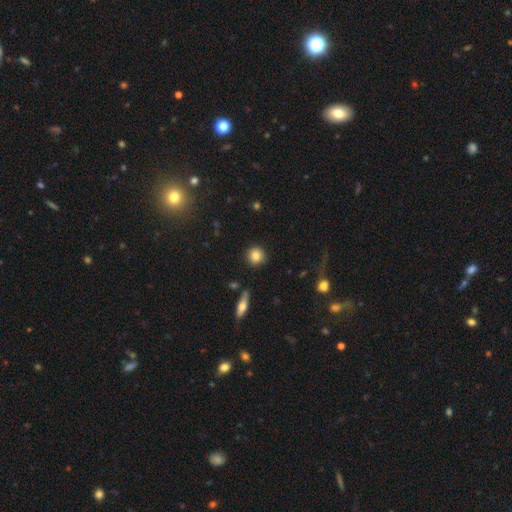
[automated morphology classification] Smooth or featured? Predicted: smooth (p=0.84). How rounded? Predicted: round (p=0.90). Merging? Predicted: none (p=0.88).